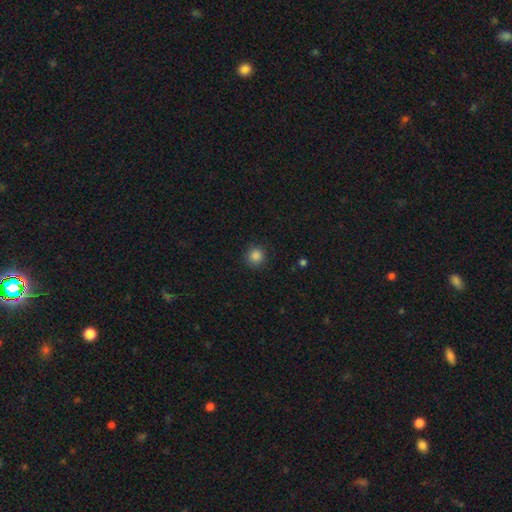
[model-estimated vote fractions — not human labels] Morphology: type=smooth (86%); roundness=round (93%); merging=none (90%).